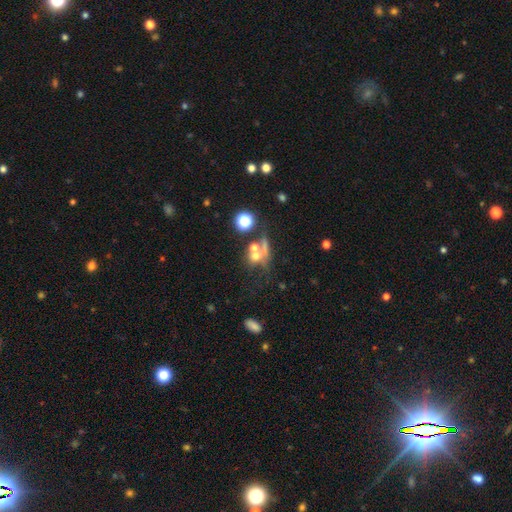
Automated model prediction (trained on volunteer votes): A smooth galaxy with no disk features (50%) that is round (66%).

Vote fractions:
- Smooth or featured? smooth: 50% / featured or disk: 25% / star or artifact: 25%
- How rounded? round: 66% / in between: 29% / cigar-shaped: 5%
- Merging? merger: 44% / none: 34% / major disturbance: 12% / minor disturbance: 10%